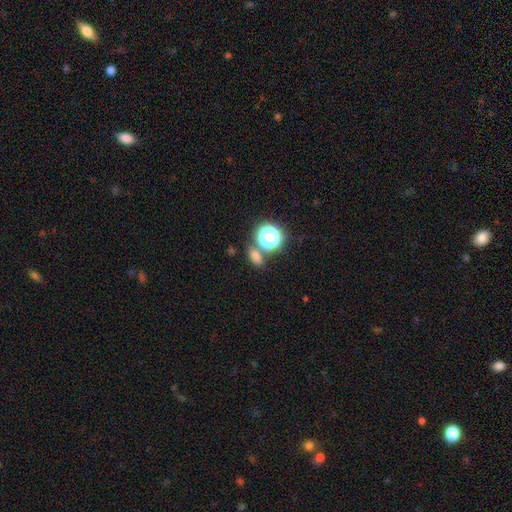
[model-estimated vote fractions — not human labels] Overall: smooth (67%). How rounded: in between (61%; round 35%). Merging: none (68%).